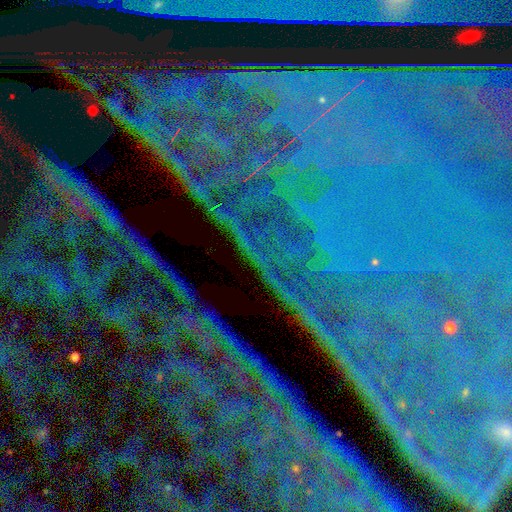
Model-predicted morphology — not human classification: Smooth or featured: star or artifact — 84% (featured or disk — 9%)